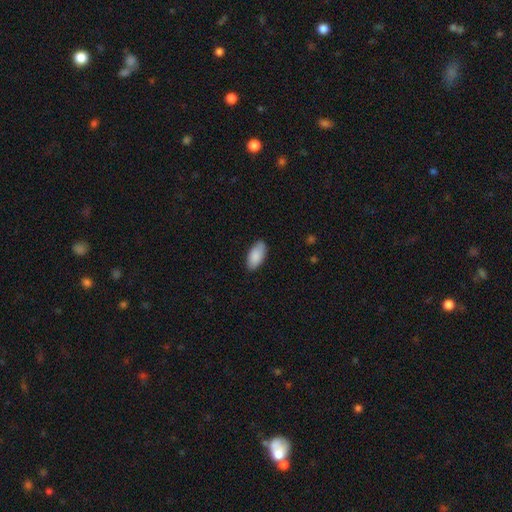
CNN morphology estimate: This is clearly a smooth galaxy (88%). How rounded: clearly in between (94%). Merging: clearly none (84%).